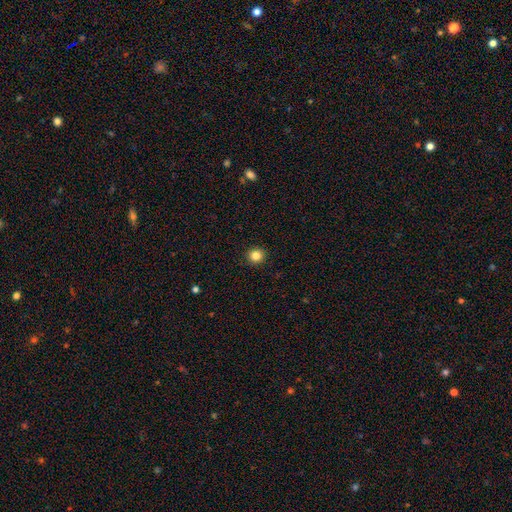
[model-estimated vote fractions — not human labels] smooth-or-featured: smooth: 84% | star or artifact: 12% | featured or disk: 4%
  how-rounded: round: 92% | in between: 7% | cigar-shaped: 1%
  merging: none: 93% | minor disturbance: 5% | major disturbance: 2% | merger: 1%